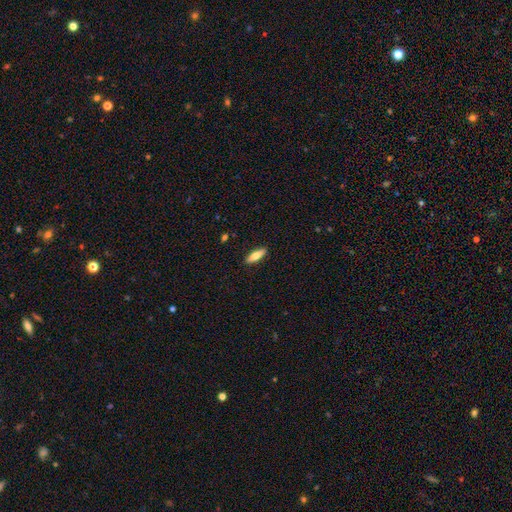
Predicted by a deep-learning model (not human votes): Q: Smooth or featured?
A: smooth (66%); runner-up: featured or disk (28%)
Q: How rounded?
A: cigar-shaped (55%); runner-up: in between (42%)
Q: Merging?
A: none (90%); runner-up: minor disturbance (8%)